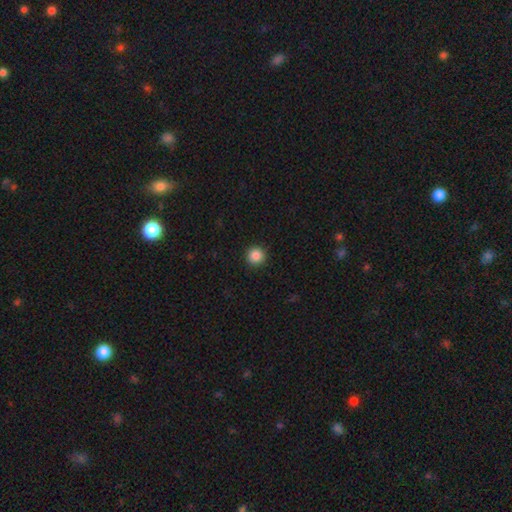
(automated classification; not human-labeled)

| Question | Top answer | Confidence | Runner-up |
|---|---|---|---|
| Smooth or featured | smooth | 86% | star or artifact (10%) |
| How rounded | round | 96% | in between (3%) |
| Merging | none | 93% | minor disturbance (4%) |